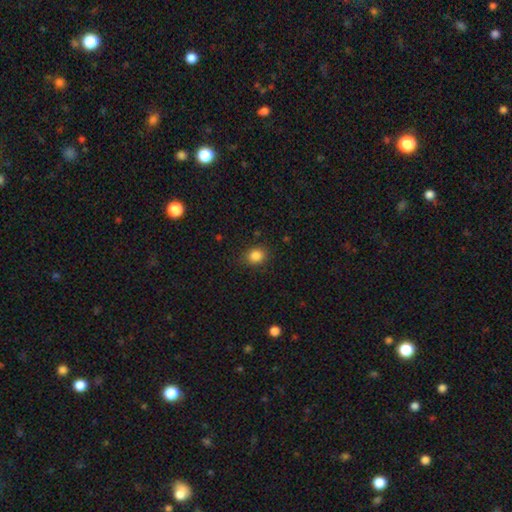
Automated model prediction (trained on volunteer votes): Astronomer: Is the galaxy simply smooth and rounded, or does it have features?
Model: smooth — 85%.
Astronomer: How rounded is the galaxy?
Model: round — 62% (runner-up: in between, 37%).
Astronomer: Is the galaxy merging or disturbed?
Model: none — 85%.